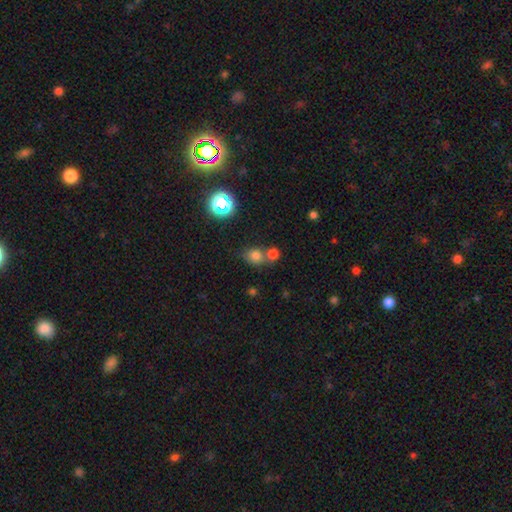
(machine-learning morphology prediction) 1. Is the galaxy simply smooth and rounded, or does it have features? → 73% smooth, 19% star or artifact, 8% featured or disk.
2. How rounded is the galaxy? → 66% round, 33% in between, 1% cigar-shaped.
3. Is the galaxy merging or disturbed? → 50% none, 38% merger, 9% minor disturbance, 4% major disturbance.